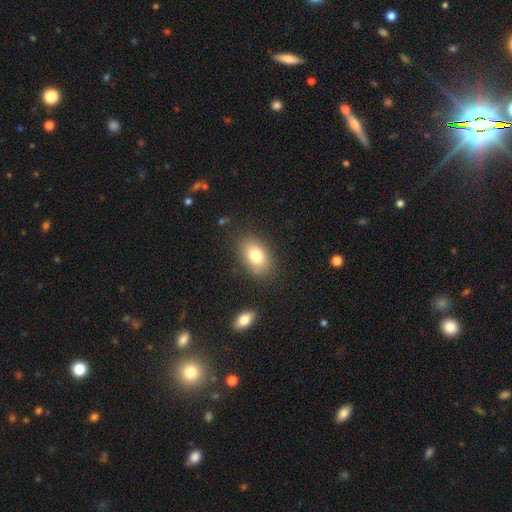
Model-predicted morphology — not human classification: Smooth or featured?
  - smooth: 78% *
  - featured or disk: 13%
  - star or artifact: 9%
How rounded?
  - in between: 85% *
  - round: 14%
  - cigar-shaped: 1%
Merging?
  - none: 83% *
  - minor disturbance: 11%
  - major disturbance: 4%
  - merger: 2%